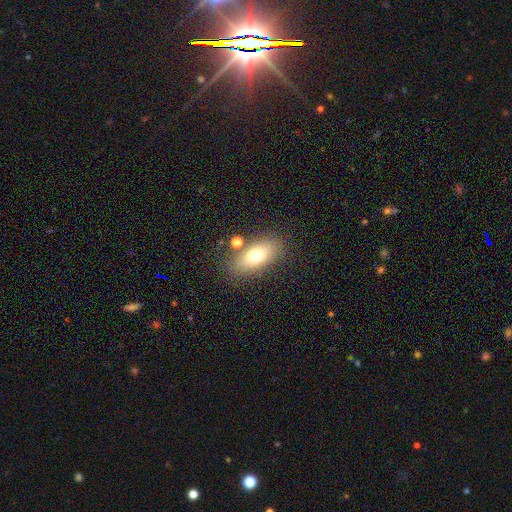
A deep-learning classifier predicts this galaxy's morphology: Smooth or featured? Predicted: smooth (p=0.72). How rounded? Predicted: in between (p=0.84). Merging? Predicted: none (p=0.76).